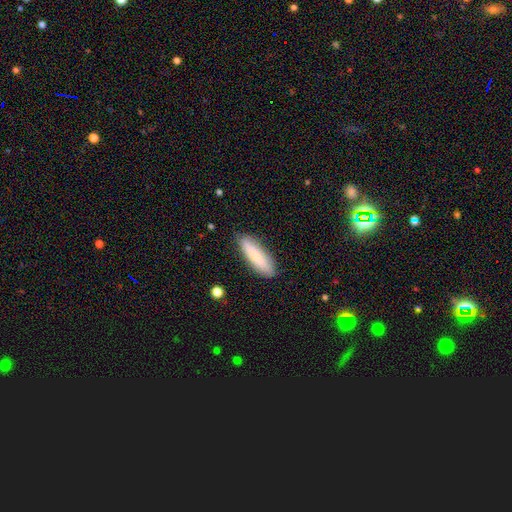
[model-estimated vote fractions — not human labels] Morphology: type=smooth (79%); roundness=cigar-shaped (57%); merging=none (84%).